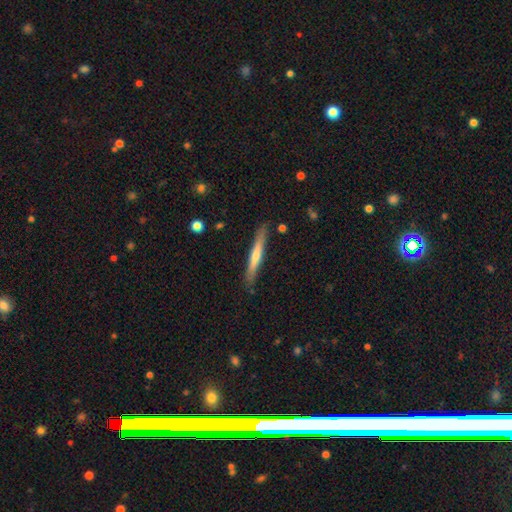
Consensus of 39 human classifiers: Smooth or featured? 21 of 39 (54%) said smooth. How rounded? 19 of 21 (90%) said cigar-shaped. Merging? 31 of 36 (86%) said none.